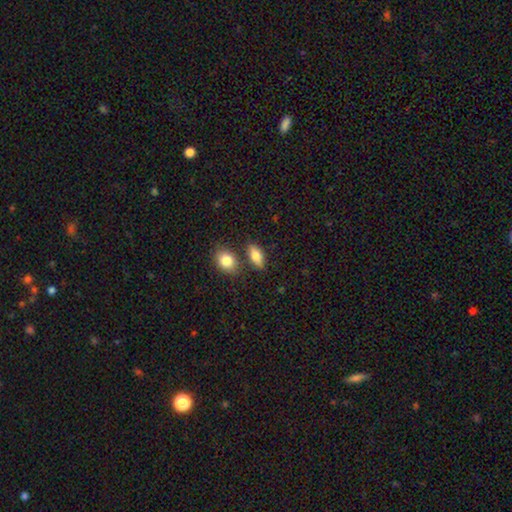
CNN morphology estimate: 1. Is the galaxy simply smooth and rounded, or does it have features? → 82% smooth, 11% featured or disk, 7% star or artifact.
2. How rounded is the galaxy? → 84% in between, 9% cigar-shaped, 7% round.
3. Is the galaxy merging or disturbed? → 73% none, 13% merger, 11% minor disturbance, 3% major disturbance.